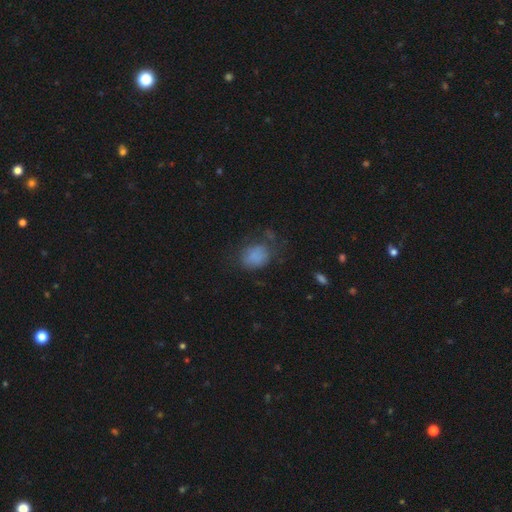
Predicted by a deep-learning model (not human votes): Smooth or featured?
  - smooth: 78% *
  - star or artifact: 11%
  - featured or disk: 11%
How rounded?
  - in between: 58% *
  - round: 41%
  - cigar-shaped: 1%
Merging?
  - none: 51% *
  - minor disturbance: 28%
  - major disturbance: 18%
  - merger: 3%